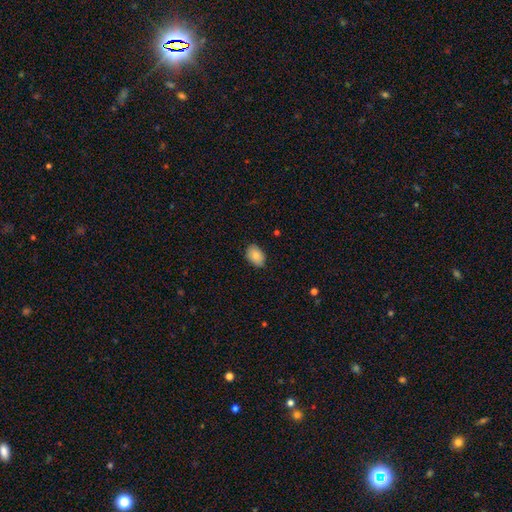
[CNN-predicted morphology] Smooth or featured?
  - smooth: 85% *
  - featured or disk: 8%
  - star or artifact: 7%
How rounded?
  - in between: 82% *
  - round: 17%
  - cigar-shaped: 1%
Merging?
  - none: 84% *
  - minor disturbance: 13%
  - major disturbance: 2%
  - merger: 1%